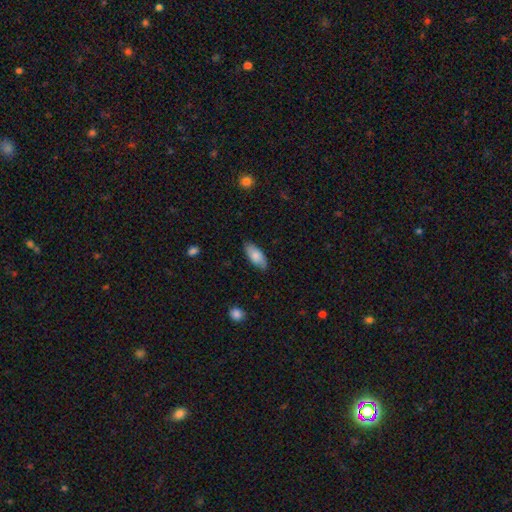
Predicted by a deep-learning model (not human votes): Smooth or featured? smooth (77%)
How rounded? in between (86%)
Merging? none (79%)